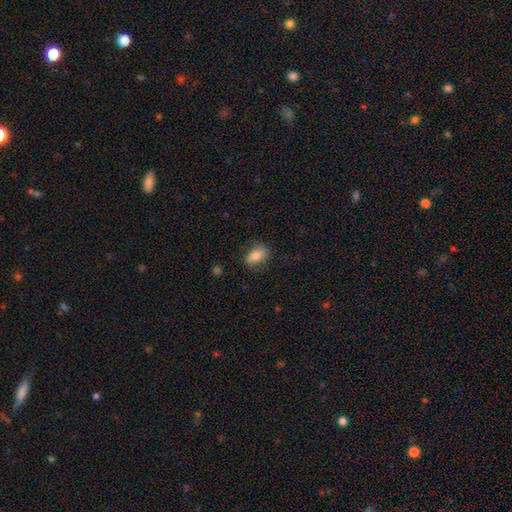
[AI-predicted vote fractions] smooth-or-featured: smooth: 77% | featured or disk: 15% | star or artifact: 8%
  how-rounded: in between: 82% | round: 15% | cigar-shaped: 2%
  merging: none: 77% | minor disturbance: 17% | major disturbance: 4% | merger: 1%